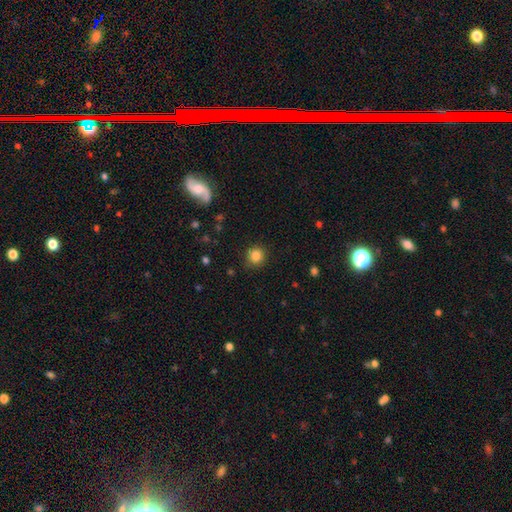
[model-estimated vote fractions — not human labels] smooth_or_featured: smooth (p=0.84) [alt: star or artifact p=0.11]
how_rounded: round (p=0.91) [alt: in between p=0.08]
merging: none (p=0.88) [alt: minor disturbance p=0.08]